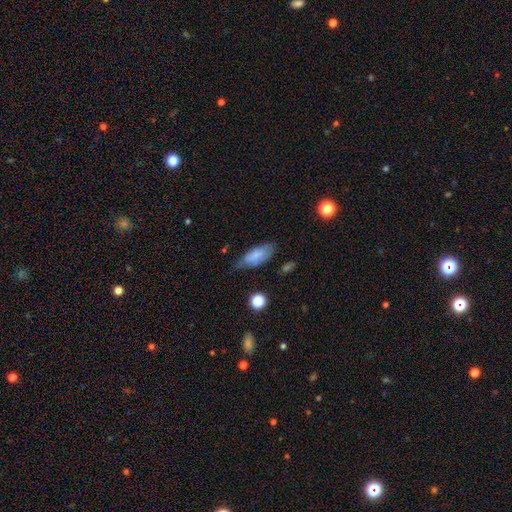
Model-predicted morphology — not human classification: smooth-or-featured: smooth: 73% | featured or disk: 19% | star or artifact: 8%
  how-rounded: in between: 82% | cigar-shaped: 16% | round: 2%
  merging: none: 56% | minor disturbance: 32% | major disturbance: 9% | merger: 3%